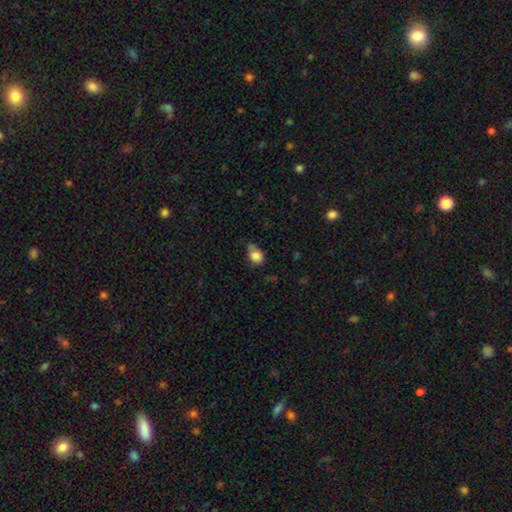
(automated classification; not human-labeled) Morphology: type=smooth (84%); roundness=in between (53%); merging=none (43%).